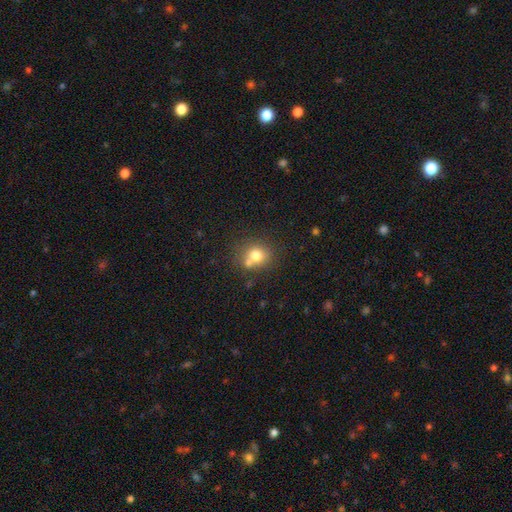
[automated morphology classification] Smooth or featured?
  - smooth: 74% *
  - featured or disk: 14%
  - star or artifact: 12%
How rounded?
  - round: 77% *
  - in between: 22%
  - cigar-shaped: 1%
Merging?
  - none: 56% *
  - merger: 29%
  - minor disturbance: 11%
  - major disturbance: 4%